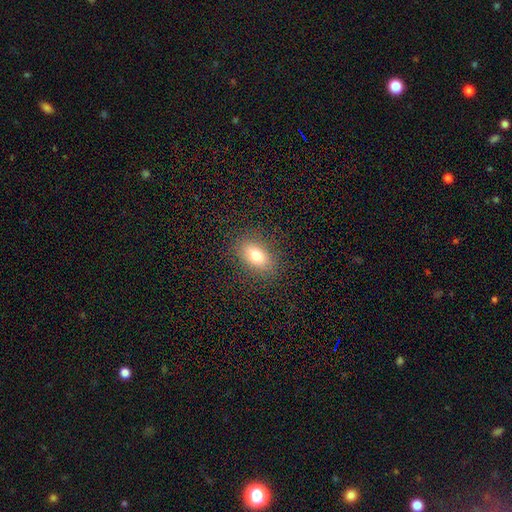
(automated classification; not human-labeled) smooth-or-featured: smooth: 75% | featured or disk: 13% | star or artifact: 12%
  how-rounded: in between: 80% | round: 17% | cigar-shaped: 3%
  merging: none: 86% | minor disturbance: 9% | major disturbance: 4% | merger: 1%